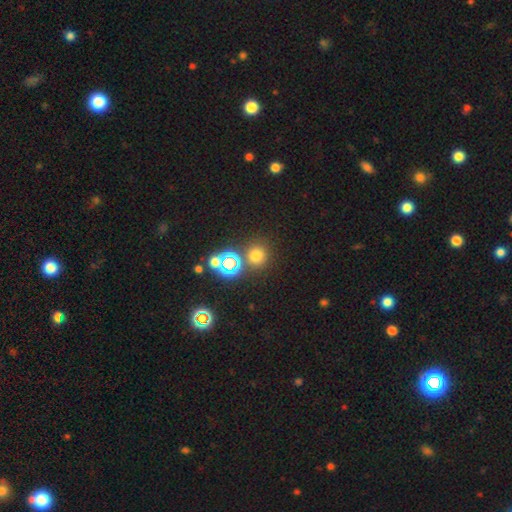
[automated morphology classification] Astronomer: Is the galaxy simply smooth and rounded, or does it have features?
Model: smooth — 65%.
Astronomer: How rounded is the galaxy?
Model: round — 90%.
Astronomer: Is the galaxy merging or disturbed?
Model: none — 81%.